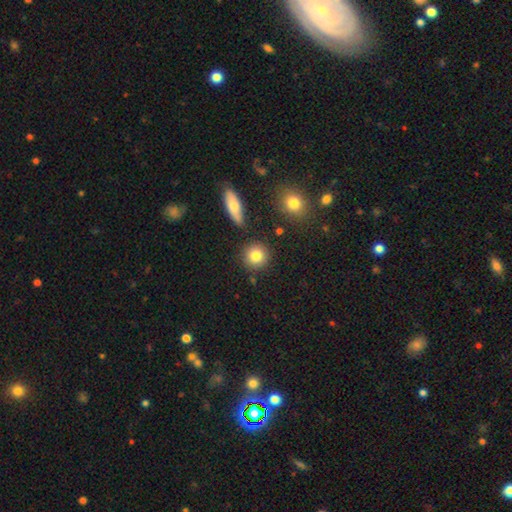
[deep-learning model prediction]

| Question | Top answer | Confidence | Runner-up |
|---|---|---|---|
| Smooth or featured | smooth | 82% | star or artifact (9%) |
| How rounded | round | 91% | in between (8%) |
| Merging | none | 85% | minor disturbance (8%) |